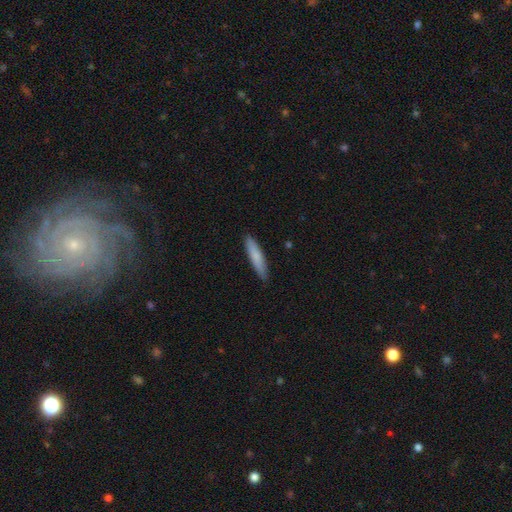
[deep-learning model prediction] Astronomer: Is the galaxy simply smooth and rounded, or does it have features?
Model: smooth — 79%.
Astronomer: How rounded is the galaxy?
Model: cigar-shaped — 86%.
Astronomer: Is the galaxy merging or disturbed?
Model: none — 89%.